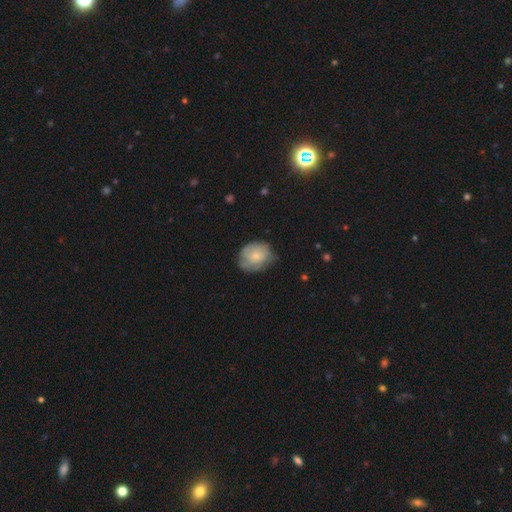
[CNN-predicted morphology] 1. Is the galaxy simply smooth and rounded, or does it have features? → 52% smooth, 41% featured or disk, 7% star or artifact.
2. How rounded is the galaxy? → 54% round, 45% in between, 1% cigar-shaped.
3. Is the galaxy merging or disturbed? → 61% none, 28% minor disturbance, 10% major disturbance, 1% merger.